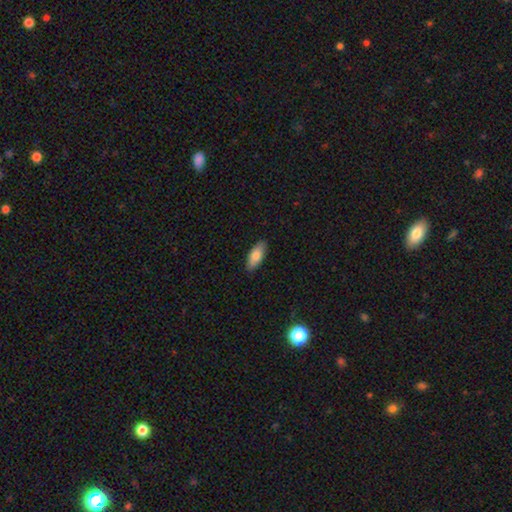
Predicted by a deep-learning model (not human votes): Smooth or featured?
  - smooth: 78% *
  - featured or disk: 16%
  - star or artifact: 6%
How rounded?
  - in between: 80% *
  - cigar-shaped: 18%
  - round: 2%
Merging?
  - none: 88% *
  - minor disturbance: 9%
  - major disturbance: 2%
  - merger: 1%